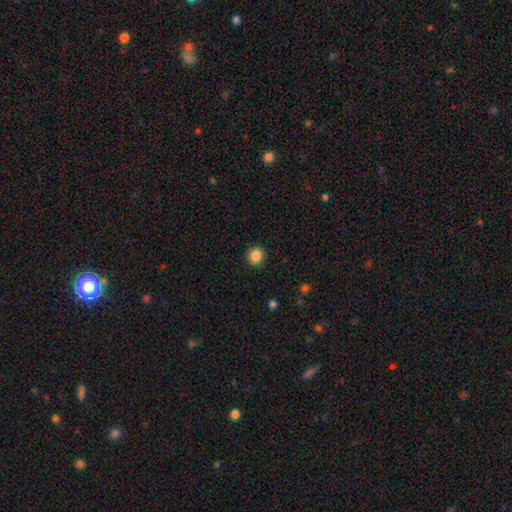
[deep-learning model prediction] This appears to be a smooth galaxy with no disk features (86%) that is round (92%). Merging: none (92%).